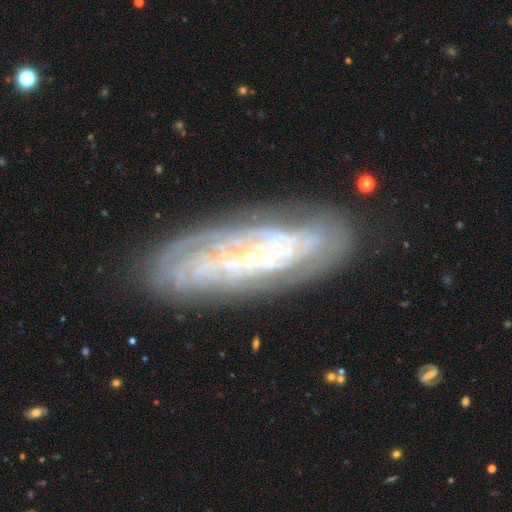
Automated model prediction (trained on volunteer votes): featured or disk 80%, smooth 13%, star or artifact 7%. Down the decision tree: edge-on disk — no (84%); bar — no (74%); spiral arms — yes (88%); spiral arm count — can't tell (52%); spiral winding — tight (78%); bulge size — small (83%); merging — none (79%).